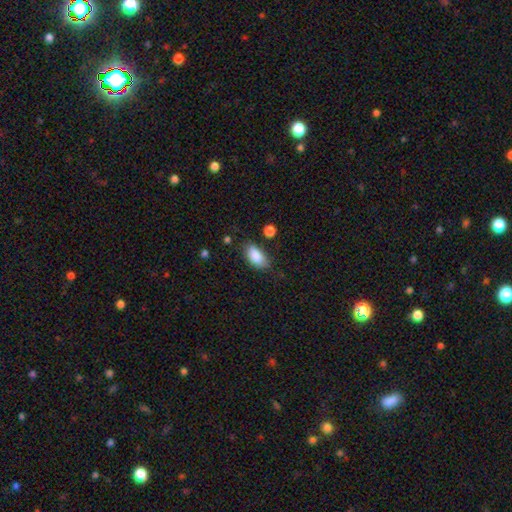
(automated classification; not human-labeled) Morphology: type=smooth (87%); roundness=in between (92%); merging=none (73%).